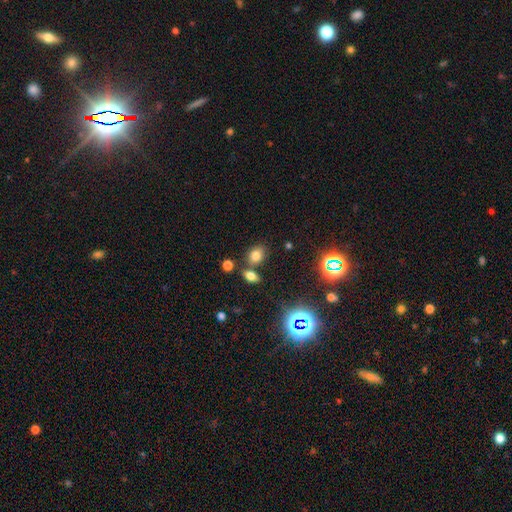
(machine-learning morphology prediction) Smooth or featured?
  - smooth: 74% *
  - star or artifact: 18%
  - featured or disk: 9%
How rounded?
  - in between: 62% *
  - round: 36%
  - cigar-shaped: 2%
Merging?
  - none: 68% *
  - merger: 17%
  - minor disturbance: 11%
  - major disturbance: 4%